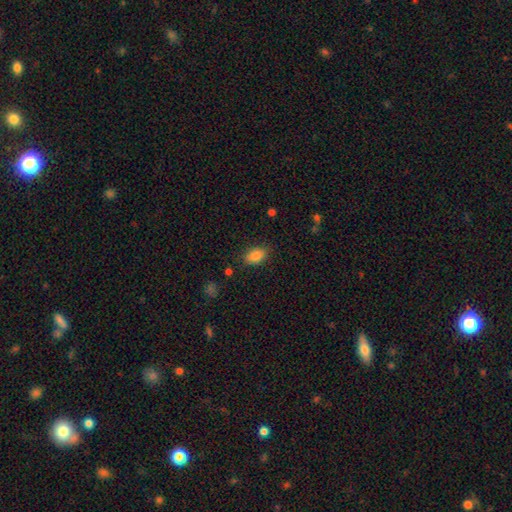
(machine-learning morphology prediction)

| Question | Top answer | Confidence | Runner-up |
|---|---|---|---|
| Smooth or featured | smooth | 85% | star or artifact (8%) |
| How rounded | in between | 89% | round (8%) |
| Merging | none | 83% | minor disturbance (12%) |